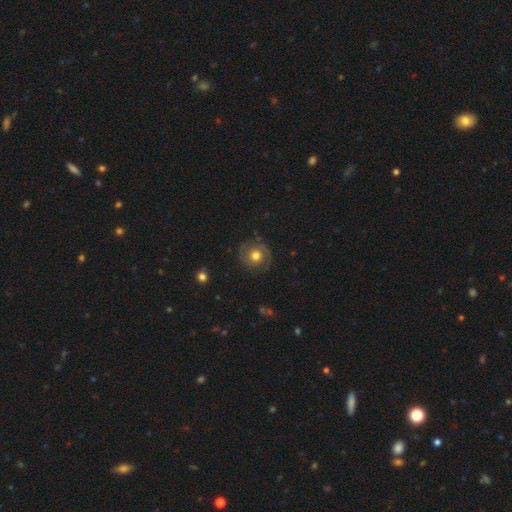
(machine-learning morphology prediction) Smooth or featured? featured or disk (54%)
Edge-on disk? no (97%)
Bar? no (82%)
Spiral arms? yes (76%)
Bulge size? moderate (65%)
Merging? none (81%)